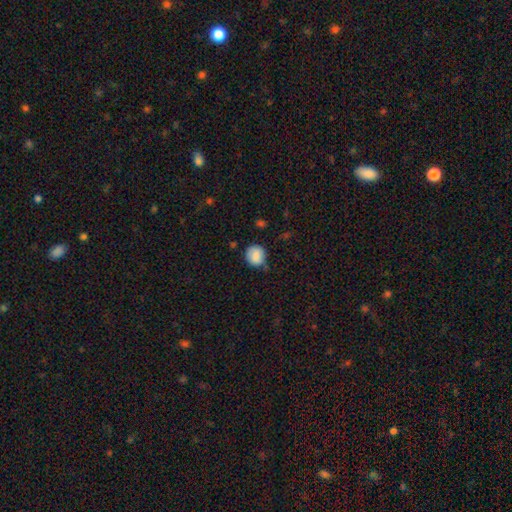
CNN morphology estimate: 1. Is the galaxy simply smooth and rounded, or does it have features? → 82% smooth, 10% featured or disk, 8% star or artifact.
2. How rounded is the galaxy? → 87% round, 12% in between, 1% cigar-shaped.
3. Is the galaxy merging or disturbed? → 69% none, 23% minor disturbance, 5% major disturbance, 3% merger.